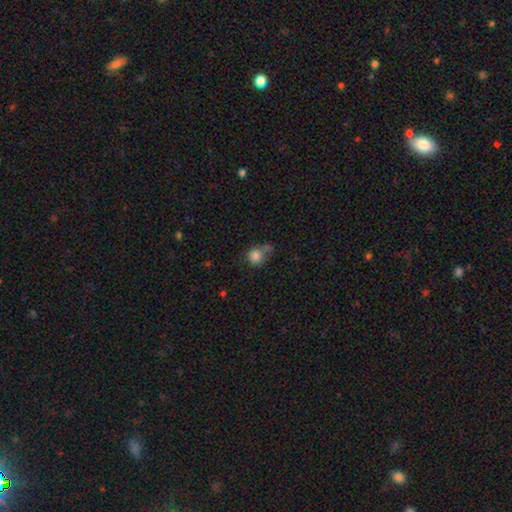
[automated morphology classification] The model was most divided on "merging": none: 38%, minor disturbance: 25%, merger: 23%, major disturbance: 15%. More confident: smooth or featured — smooth (81%); how rounded — round (76%).